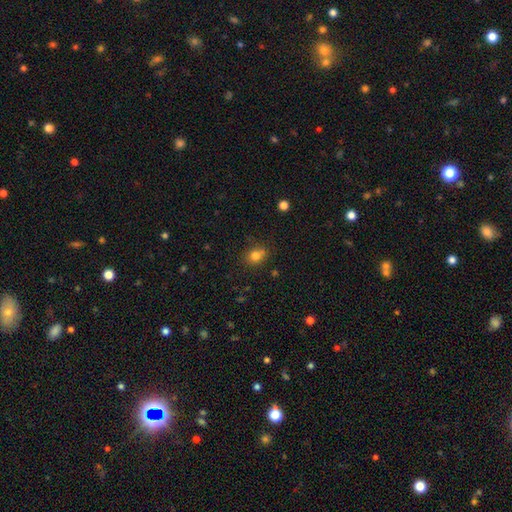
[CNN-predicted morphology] Q: Smooth or featured?
A: smooth (78%); runner-up: star or artifact (14%)
Q: How rounded?
A: round (64%); runner-up: in between (35%)
Q: Merging?
A: none (66%); runner-up: minor disturbance (16%)